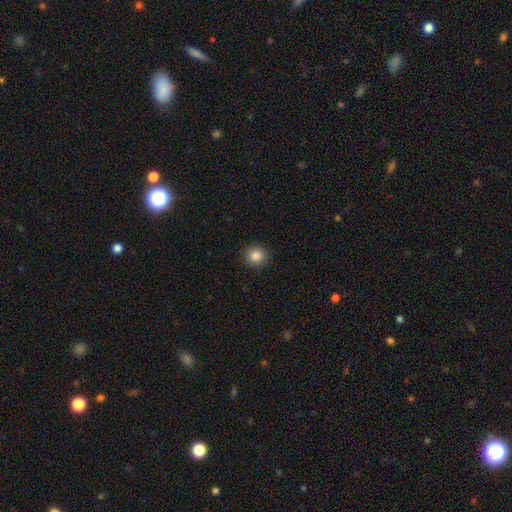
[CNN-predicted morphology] This appears to be a smooth galaxy with no disk features (85%) that is round (93%). Merging: none (92%).